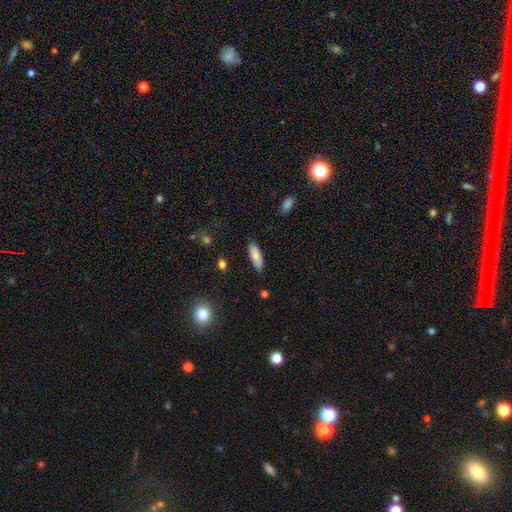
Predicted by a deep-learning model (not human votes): A smooth galaxy with no disk features (84%) that is in between round and cigar-shaped (60%). Merging: none (85%).